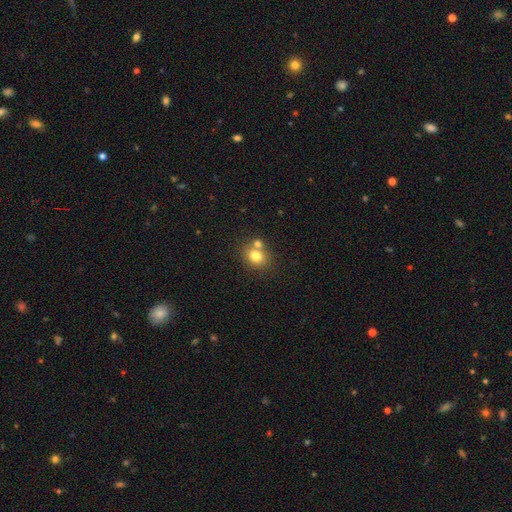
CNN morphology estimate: smooth 77%, star or artifact 12%, featured or disk 10%. Down the decision tree: how rounded — round (66%); merging — none (60%).